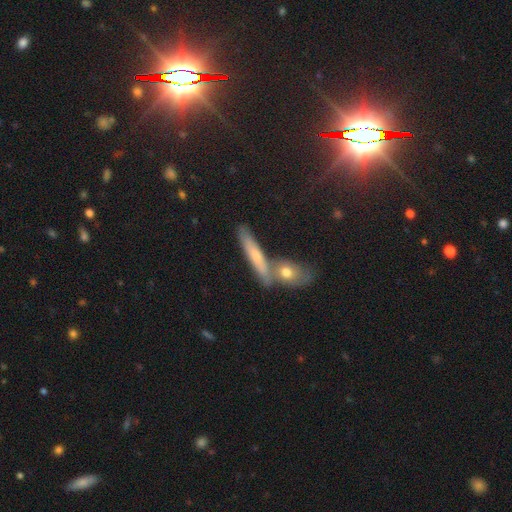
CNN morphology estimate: smooth_or_featured: smooth (p=0.61) [alt: featured or disk p=0.31]
how_rounded: cigar-shaped (p=0.82) [alt: in between p=0.15]
merging: none (p=0.61) [alt: merger p=0.25]